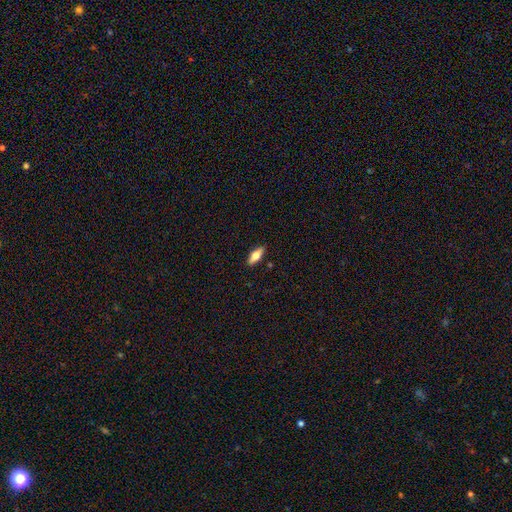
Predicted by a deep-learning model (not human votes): This appears to be a smooth galaxy with no disk features (63%) that is in between round and cigar-shaped (69%). Merging: none (88%).